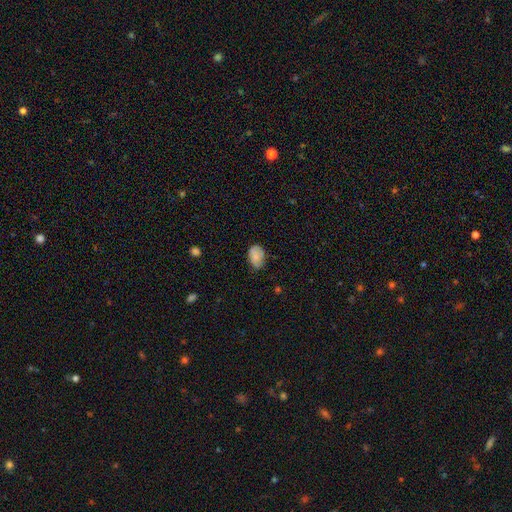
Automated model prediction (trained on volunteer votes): A smooth galaxy with no disk features (73%) that is in between round and cigar-shaped (79%).

Vote fractions:
- Smooth or featured? smooth: 73% / featured or disk: 18% / star or artifact: 8%
- How rounded? in between: 79% / round: 20% / cigar-shaped: 1%
- Merging? none: 56% / minor disturbance: 35% / major disturbance: 8% / merger: 2%